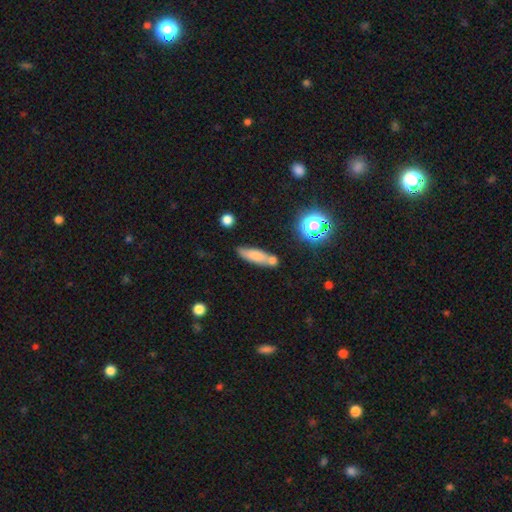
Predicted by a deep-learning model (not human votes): Overall: smooth (72%). How rounded: cigar-shaped (56%; in between 40%). Merging: none (59%; merger 21%).